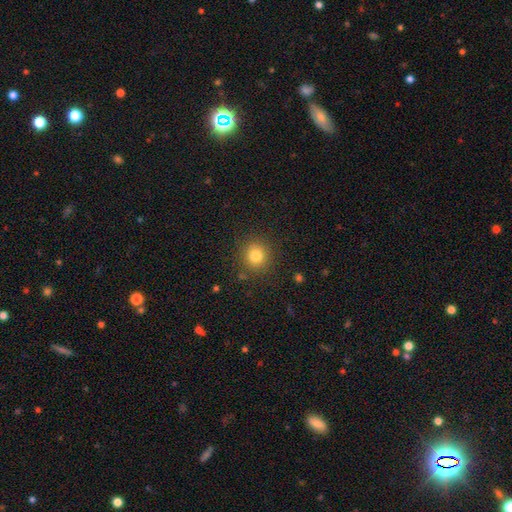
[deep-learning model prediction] smooth_or_featured: smooth (p=0.81) [alt: star or artifact p=0.12]
how_rounded: round (p=0.90) [alt: in between p=0.09]
merging: none (p=0.87) [alt: minor disturbance p=0.08]